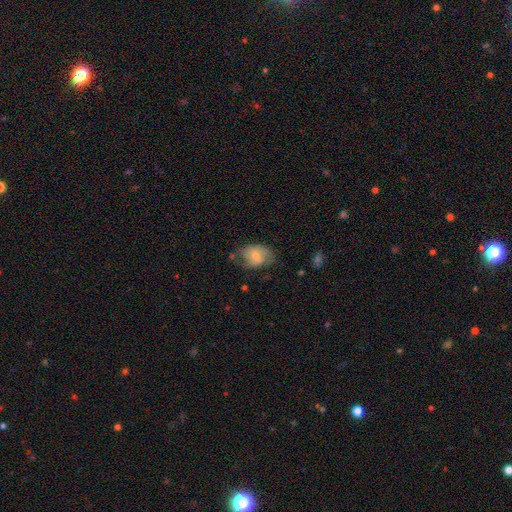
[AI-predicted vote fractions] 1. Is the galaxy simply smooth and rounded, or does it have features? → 63% smooth, 30% featured or disk, 7% star or artifact.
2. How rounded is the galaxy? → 73% in between, 26% round, 1% cigar-shaped.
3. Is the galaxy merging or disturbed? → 48% none, 33% minor disturbance, 16% major disturbance, 3% merger.